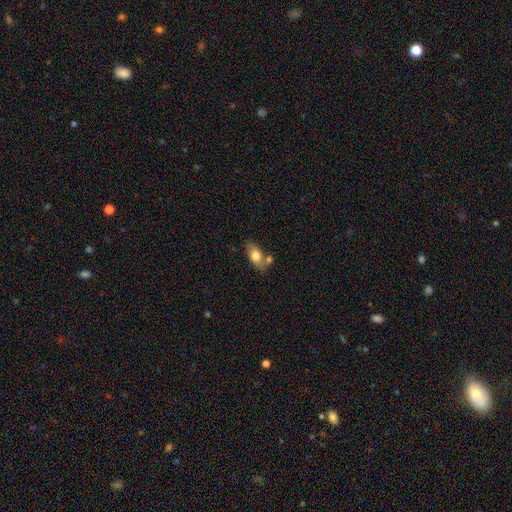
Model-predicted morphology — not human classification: Smooth or featured: smooth — 73% (featured or disk — 20%)
How rounded: in between — 88% (round — 7%)
Merging: none — 58% (merger — 22%)